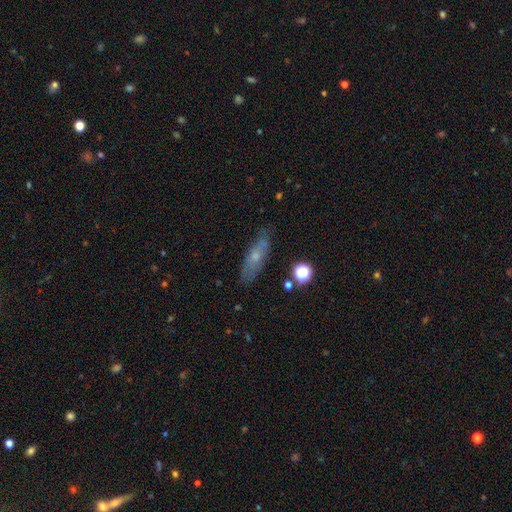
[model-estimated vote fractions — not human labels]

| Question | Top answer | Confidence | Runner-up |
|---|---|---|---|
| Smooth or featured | smooth | 50% | featured or disk (40%) |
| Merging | none | 77% | minor disturbance (17%) |